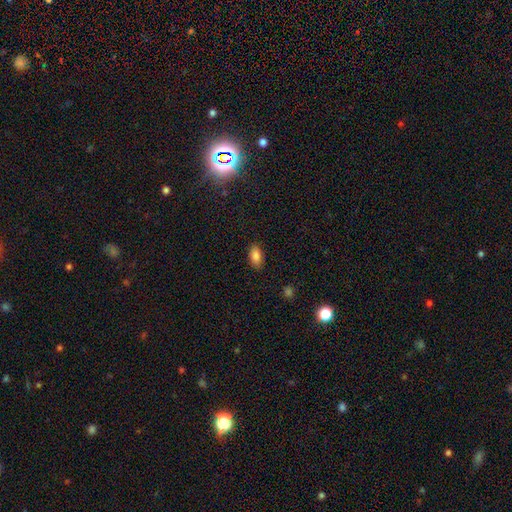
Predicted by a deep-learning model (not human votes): smooth 85%, star or artifact 9%, featured or disk 6%. Down the decision tree: how rounded — in between (92%); merging — none (86%).